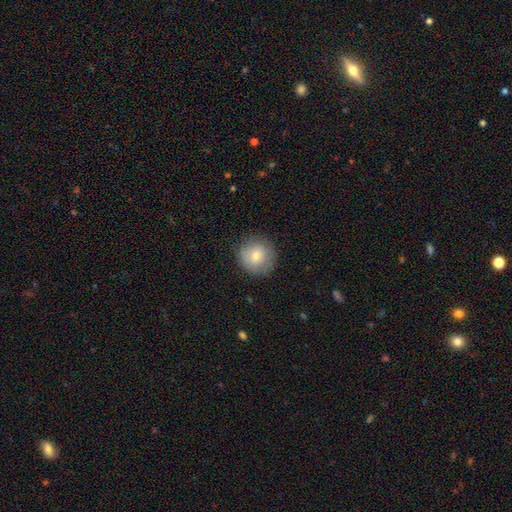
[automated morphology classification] Smooth or featured?
  - smooth: 75% *
  - featured or disk: 17%
  - star or artifact: 8%
How rounded?
  - round: 92% *
  - in between: 7%
  - cigar-shaped: 1%
Merging?
  - none: 83% *
  - minor disturbance: 13%
  - major disturbance: 4%
  - merger: 1%